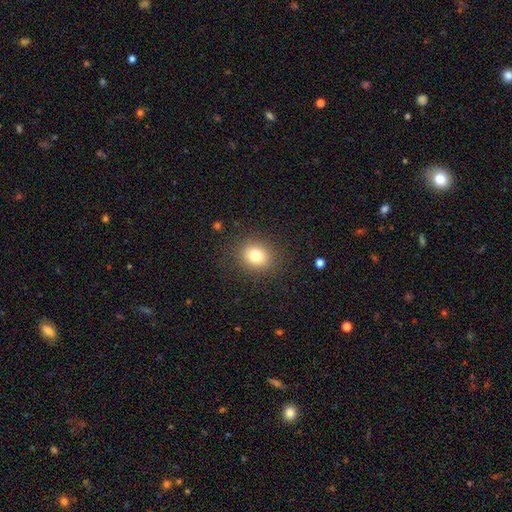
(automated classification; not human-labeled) Smooth or featured? smooth (78%)
How rounded? round (68%)
Merging? none (86%)